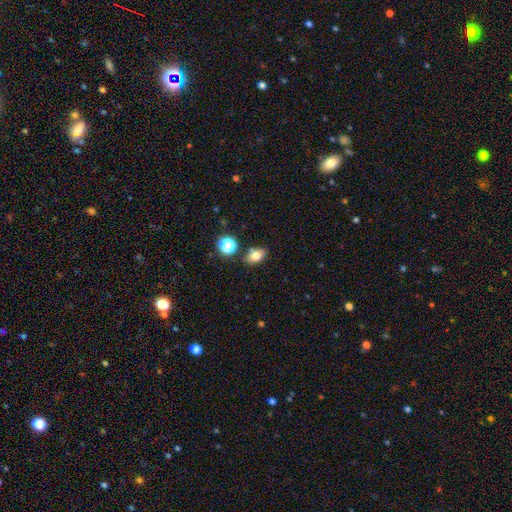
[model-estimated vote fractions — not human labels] smooth 76%, star or artifact 13%, featured or disk 11%. Down the decision tree: how rounded — in between (79%); merging — none (78%).